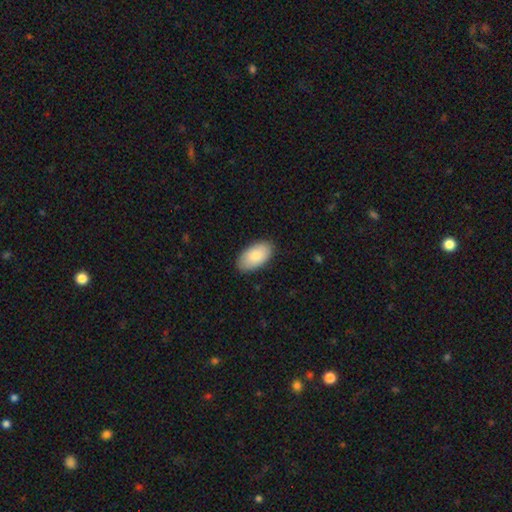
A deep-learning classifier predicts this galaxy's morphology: type=smooth (82%); roundness=in between (96%); merging=none (87%).